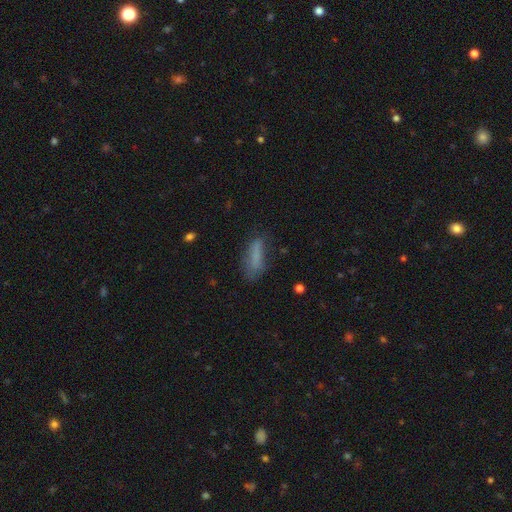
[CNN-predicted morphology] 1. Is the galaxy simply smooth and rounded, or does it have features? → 77% smooth, 13% featured or disk, 10% star or artifact.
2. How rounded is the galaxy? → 54% cigar-shaped, 44% in between, 2% round.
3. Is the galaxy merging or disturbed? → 59% none, 26% minor disturbance, 12% major disturbance, 3% merger.